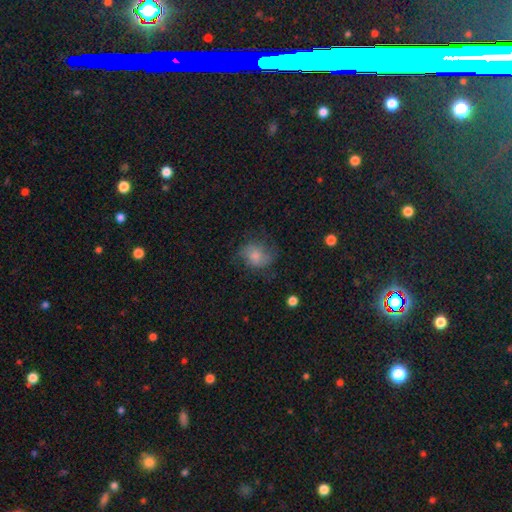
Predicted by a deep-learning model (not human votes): Smooth or featured: smooth — 63% (featured or disk — 28%)
How rounded: round — 56% (in between — 42%)
Merging: none — 59% (minor disturbance — 24%)